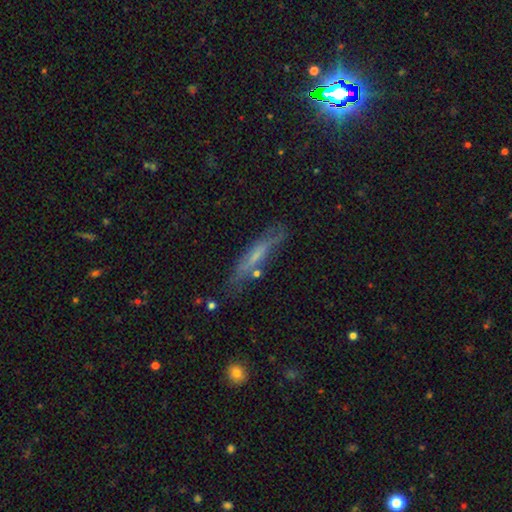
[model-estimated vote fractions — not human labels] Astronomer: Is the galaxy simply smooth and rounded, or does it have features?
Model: featured or disk — 48% (runner-up: smooth, 43%).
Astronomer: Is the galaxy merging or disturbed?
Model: none — 73%.